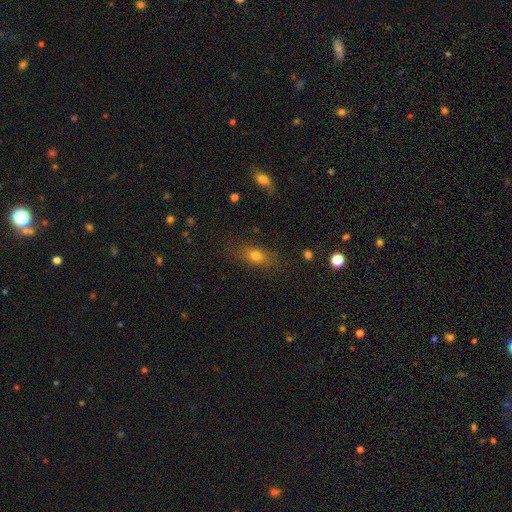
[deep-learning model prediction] Smooth or featured? smooth (74%)
How rounded? in between (71%)
Merging? none (79%)